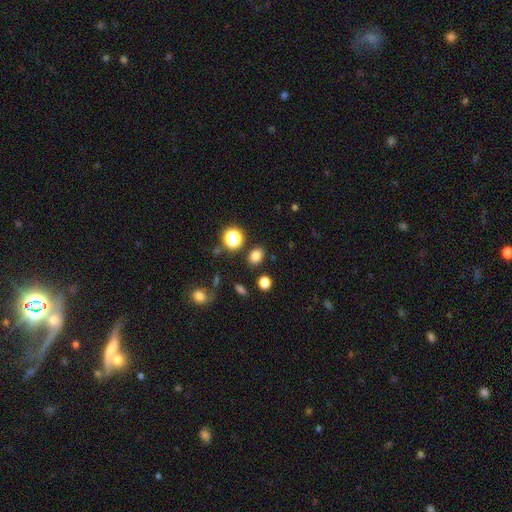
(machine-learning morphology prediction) Smooth or featured? Predicted: smooth (p=0.80). How rounded? Predicted: in between (p=0.60). Merging? Predicted: none (p=0.84).